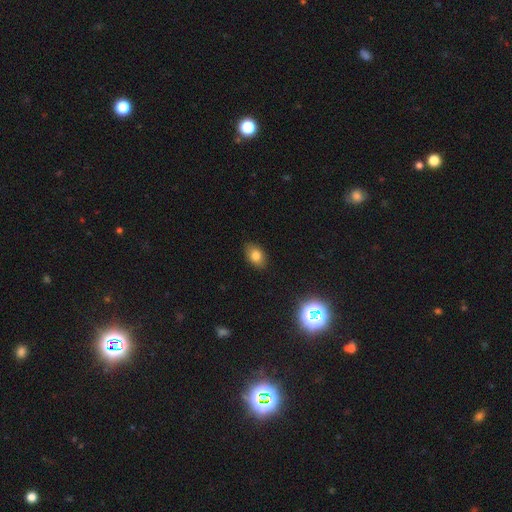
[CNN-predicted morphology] A smooth galaxy with no disk features (78%) that is in between round and cigar-shaped (79%).

Vote fractions:
- Smooth or featured? smooth: 78% / star or artifact: 12% / featured or disk: 9%
- How rounded? in between: 79% / round: 20% / cigar-shaped: 1%
- Merging? none: 87% / minor disturbance: 10% / major disturbance: 2% / merger: 1%